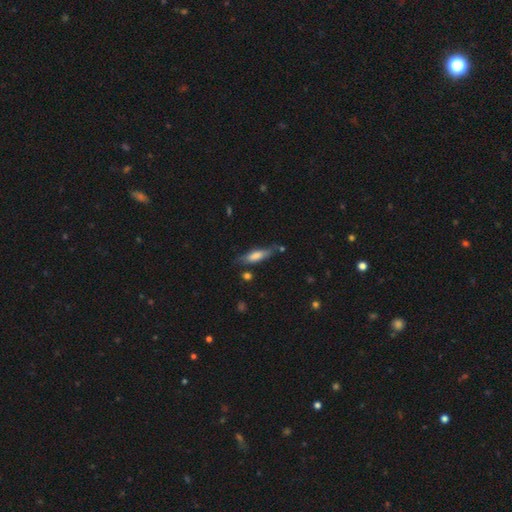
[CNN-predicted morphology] This is possibly a smooth galaxy (55%). How rounded: likely cigar-shaped (64%). Merging: likely none (69%).